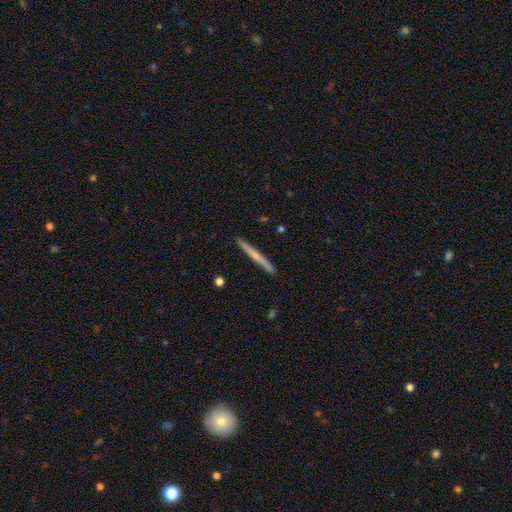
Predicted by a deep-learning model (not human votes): Smooth or featured?
  - smooth: 48% *
  - featured or disk: 46%
  - star or artifact: 5%
Merging?
  - none: 92% *
  - minor disturbance: 6%
  - merger: 1%
  - major disturbance: 1%